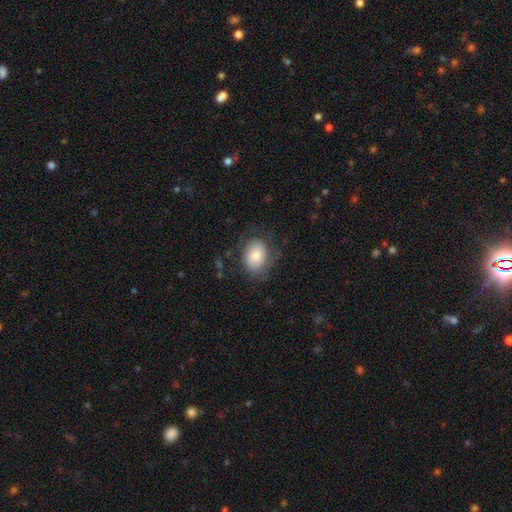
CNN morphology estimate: A smooth galaxy with no disk features (76%) that is in between round and cigar-shaped (72%).

Vote fractions:
- Smooth or featured? smooth: 76% / featured or disk: 17% / star or artifact: 7%
- How rounded? in between: 72% / round: 27% / cigar-shaped: 1%
- Merging? none: 61% / minor disturbance: 23% / major disturbance: 14% / merger: 1%